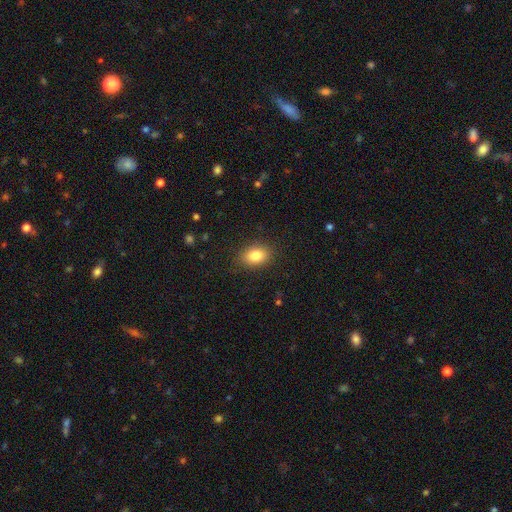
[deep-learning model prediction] This appears to be a smooth galaxy with no disk features (83%) that is in between round and cigar-shaped (80%). Merging: none (86%).